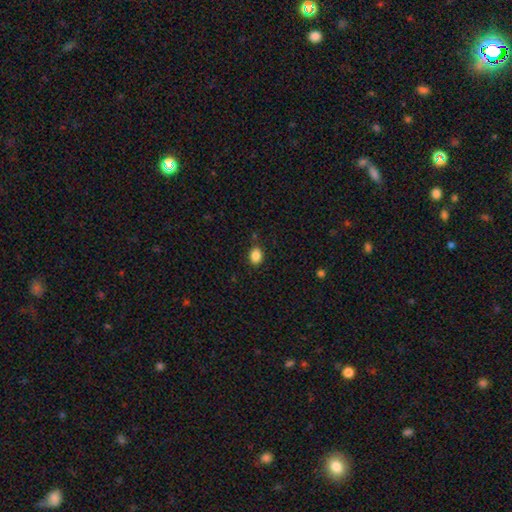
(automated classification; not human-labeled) The model was most divided on "how rounded": in between: 64%, round: 35%, cigar-shaped: 1%. More confident: smooth or featured — smooth (87%); merging — none (85%).